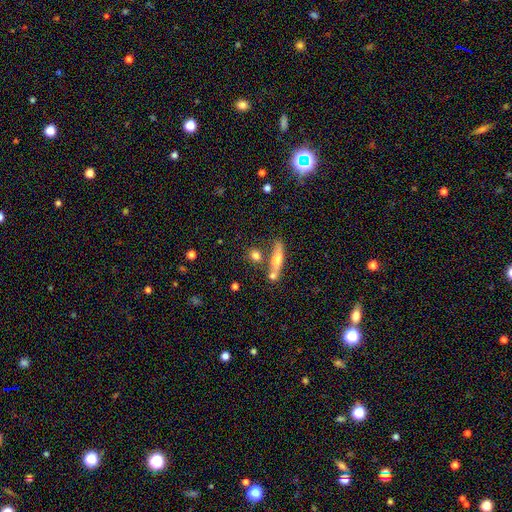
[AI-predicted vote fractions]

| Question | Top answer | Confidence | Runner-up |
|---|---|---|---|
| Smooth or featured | smooth | 72% | featured or disk (17%) |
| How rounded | round | 53% | in between (26%) |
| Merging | none | 63% | merger (20%) |